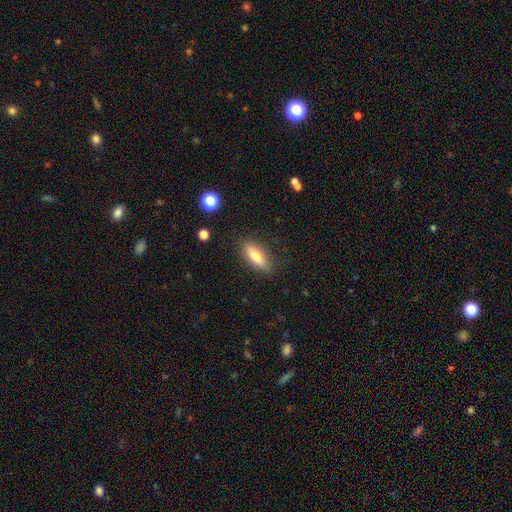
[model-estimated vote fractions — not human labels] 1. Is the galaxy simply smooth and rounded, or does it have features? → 70% smooth, 23% featured or disk, 7% star or artifact.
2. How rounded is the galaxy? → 62% in between, 35% cigar-shaped, 3% round.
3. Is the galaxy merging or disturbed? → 84% none, 11% minor disturbance, 3% major disturbance, 1% merger.